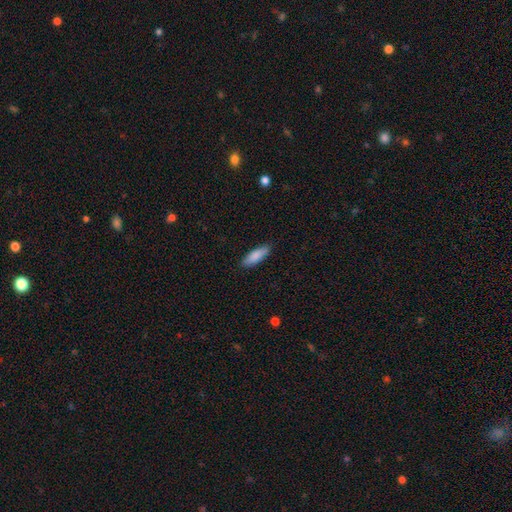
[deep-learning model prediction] smooth_or_featured: smooth (p=0.86) [alt: featured or disk p=0.08]
how_rounded: in between (p=0.56) [alt: cigar-shaped p=0.42]
merging: none (p=0.87) [alt: minor disturbance p=0.10]